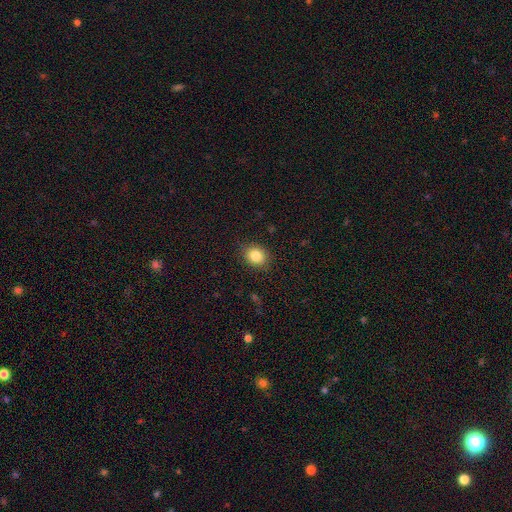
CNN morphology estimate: The model was most divided on "how rounded": round: 58%, in between: 41%, cigar-shaped: 1%. More confident: merging — none (86%); smooth or featured — smooth (83%).